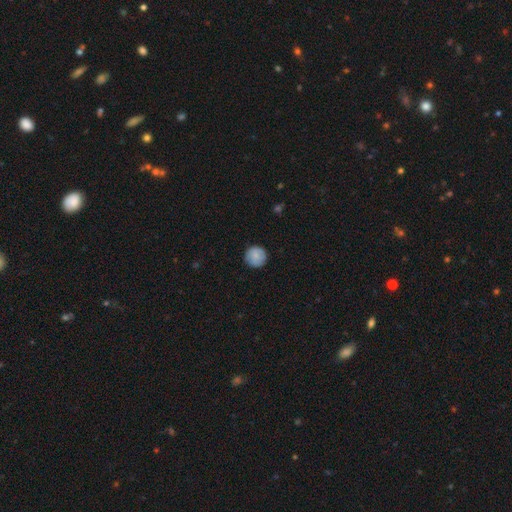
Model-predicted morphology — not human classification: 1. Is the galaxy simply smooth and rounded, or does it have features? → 83% smooth, 10% featured or disk, 7% star or artifact.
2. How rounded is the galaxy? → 95% round, 4% in between, 1% cigar-shaped.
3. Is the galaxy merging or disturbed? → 86% none, 11% minor disturbance, 2% major disturbance, 1% merger.